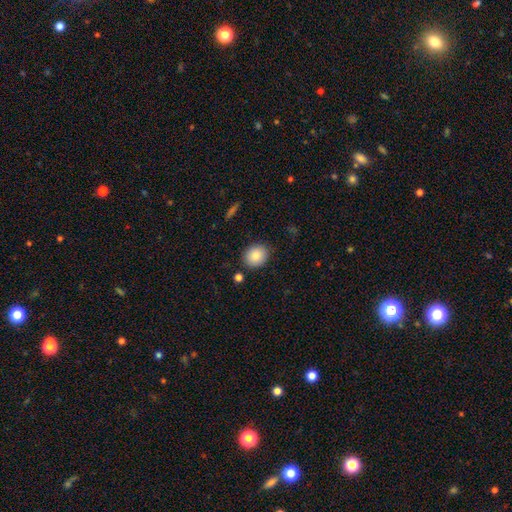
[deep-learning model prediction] Smooth or featured: smooth — 86% (star or artifact — 8%)
How rounded: round — 68% (in between — 31%)
Merging: none — 87% (minor disturbance — 9%)